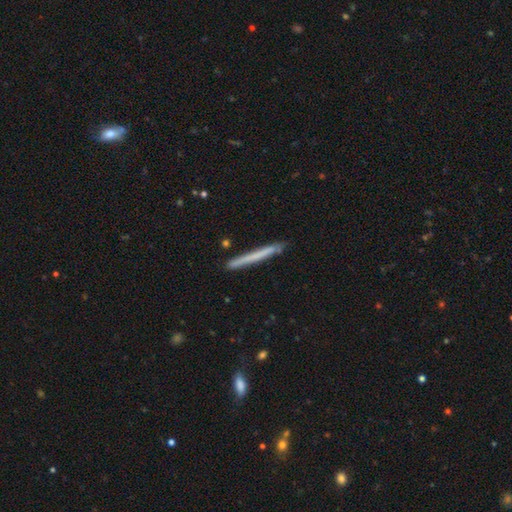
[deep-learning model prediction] This appears to be a smooth galaxy with no disk features (58%) that is cigar-shaped (97%). Merging: none (89%).